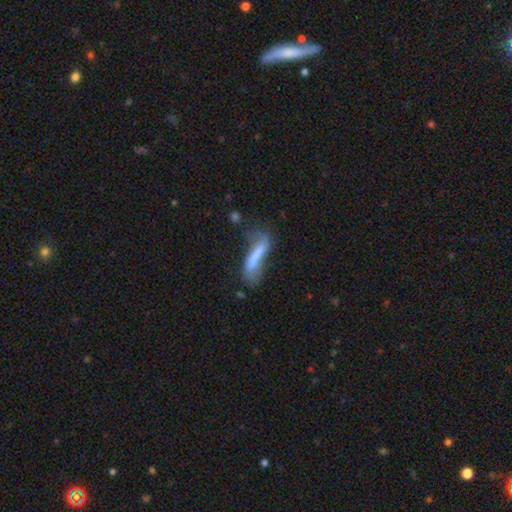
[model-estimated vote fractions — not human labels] Smooth or featured? Predicted: smooth (p=0.55). How rounded? Predicted: cigar-shaped (p=0.75). Merging? Predicted: none (p=0.40).